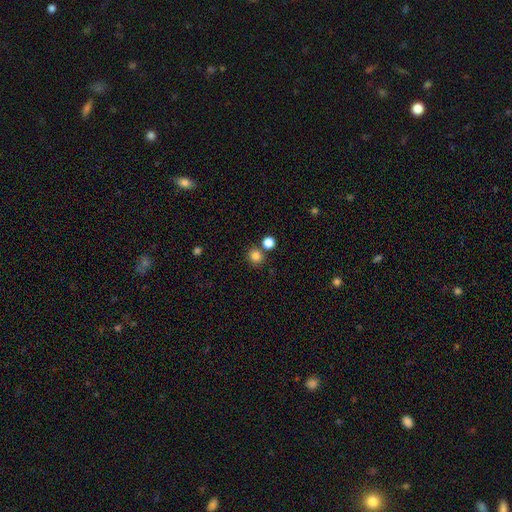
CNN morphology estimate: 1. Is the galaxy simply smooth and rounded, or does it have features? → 83% smooth, 13% star or artifact, 4% featured or disk.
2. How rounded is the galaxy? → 89% round, 10% in between, 1% cigar-shaped.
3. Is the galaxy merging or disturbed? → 73% none, 17% merger, 7% minor disturbance, 3% major disturbance.